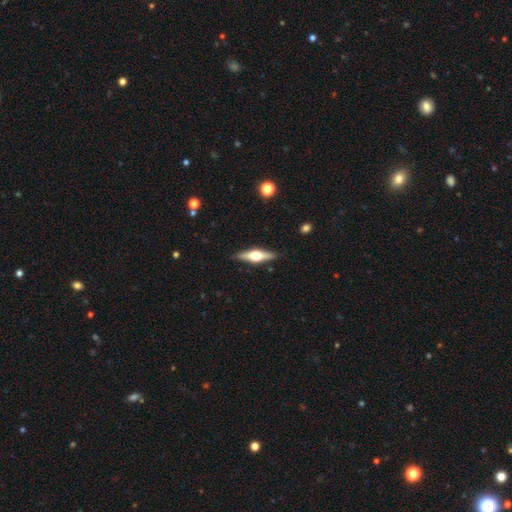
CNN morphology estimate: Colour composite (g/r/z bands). It shows a featured or disk galaxy (62%) viewed edge-on (95%) with a rounded central bulge (94%). Merging: none (88%).